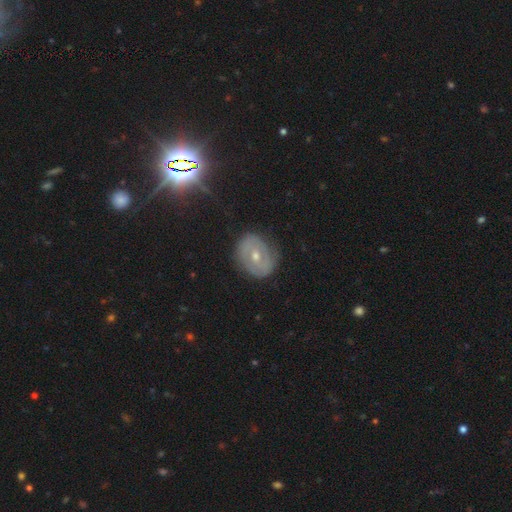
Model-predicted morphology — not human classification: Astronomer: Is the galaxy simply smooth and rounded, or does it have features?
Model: featured or disk — 65%.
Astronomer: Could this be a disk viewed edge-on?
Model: no — 95%.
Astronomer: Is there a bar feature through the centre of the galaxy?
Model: no — 49% (runner-up: weak, 37%).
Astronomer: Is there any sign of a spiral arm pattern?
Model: yes — 64%.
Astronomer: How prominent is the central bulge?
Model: moderate — 54% (runner-up: small, 42%).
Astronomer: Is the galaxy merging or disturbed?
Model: none — 80%.